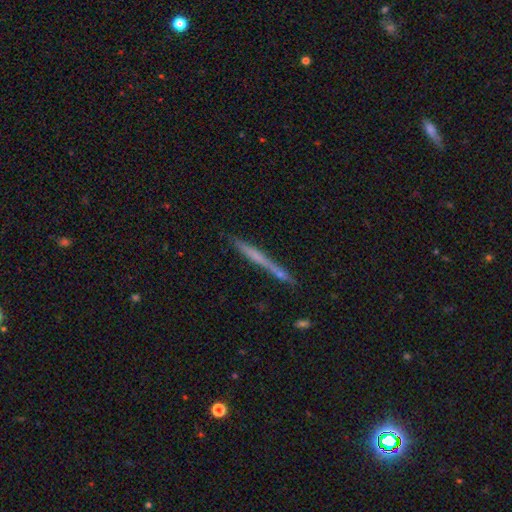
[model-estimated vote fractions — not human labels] Smooth or featured? smooth (48%)
Merging? none (74%)